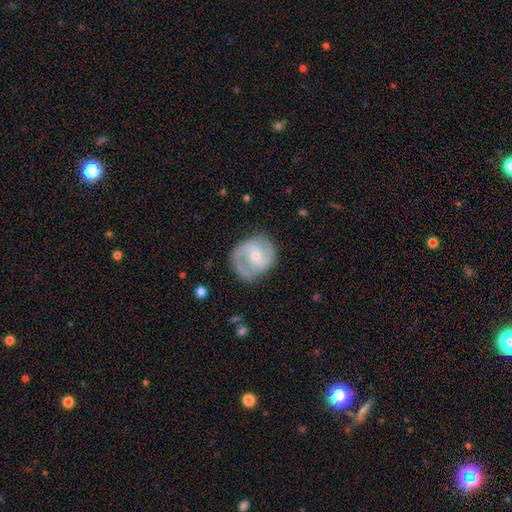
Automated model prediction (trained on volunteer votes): Smooth or featured: featured or disk — 76% (smooth — 19%)
Edge-on disk: no — 98% (yes — 2%)
Bar: weak — 46% (no — 41%)
Spiral arms: yes — 91% (no — 9%)
Spiral winding: medium — 50% (tight — 29%)
Spiral arm count: 2 — 76% (can't tell — 9%)
Bulge size: small — 55% (moderate — 40%)
Merging: none — 68% (minor disturbance — 20%)